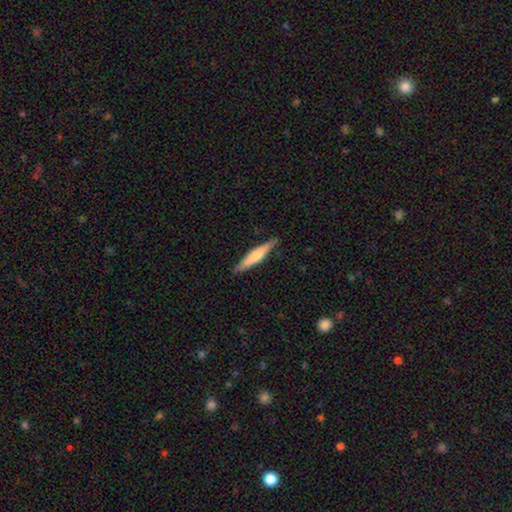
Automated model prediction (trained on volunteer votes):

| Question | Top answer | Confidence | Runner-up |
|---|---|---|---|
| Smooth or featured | smooth | 53% | featured or disk (42%) |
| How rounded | cigar-shaped | 93% | in between (6%) |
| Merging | none | 88% | minor disturbance (9%) |